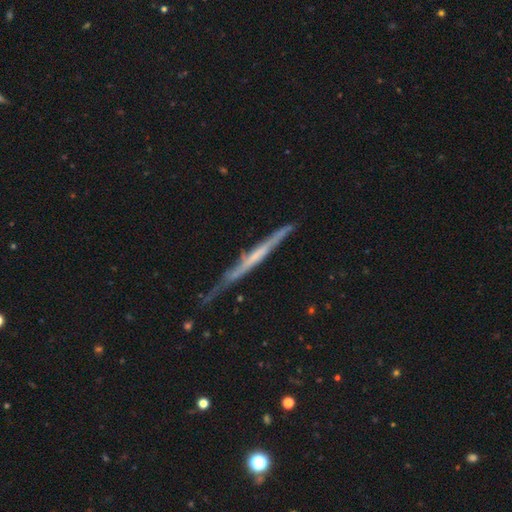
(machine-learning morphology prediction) Q: Smooth or featured?
A: featured or disk (66%); runner-up: smooth (27%)
Q: Edge-on disk?
A: yes (93%); runner-up: no (7%)
Q: Edge-on bulge?
A: none (76%); runner-up: rounded (15%)
Q: Merging?
A: none (62%); runner-up: minor disturbance (28%)